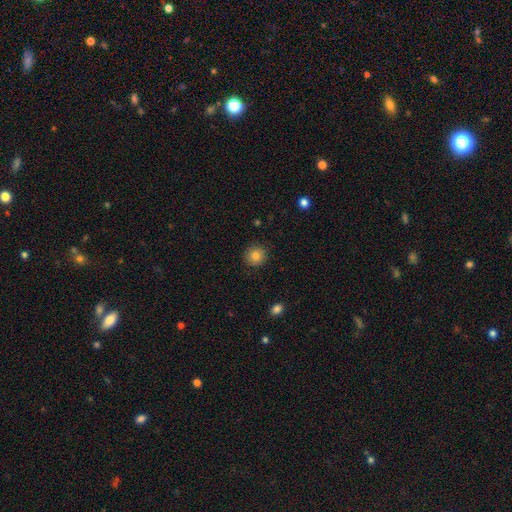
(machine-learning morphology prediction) A smooth galaxy with no disk features (83%) that is round (92%).

Vote fractions:
- Smooth or featured? smooth: 83% / star or artifact: 10% / featured or disk: 7%
- How rounded? round: 92% / in between: 7% / cigar-shaped: 1%
- Merging? none: 90% / minor disturbance: 7% / major disturbance: 2% / merger: 1%